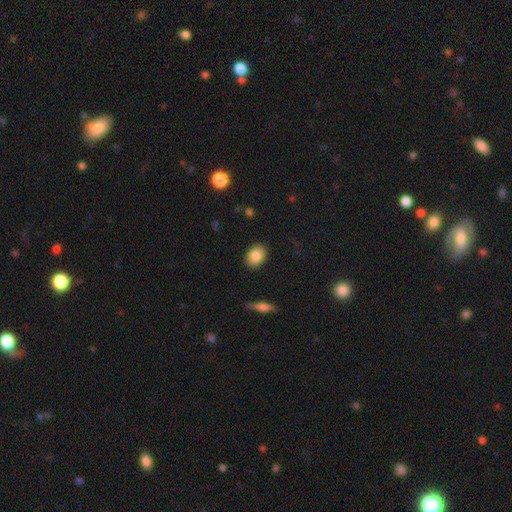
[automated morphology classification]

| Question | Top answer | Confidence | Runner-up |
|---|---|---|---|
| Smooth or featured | smooth | 86% | star or artifact (8%) |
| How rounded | in between | 70% | round (28%) |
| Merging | none | 89% | minor disturbance (8%) |